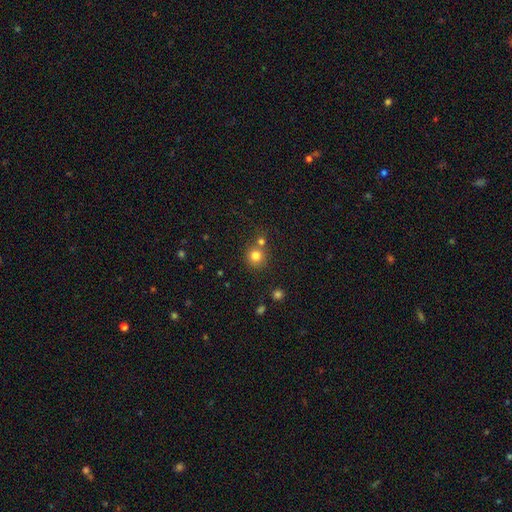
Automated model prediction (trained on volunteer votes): Smooth or featured? smooth (79%)
How rounded? round (91%)
Merging? none (62%)